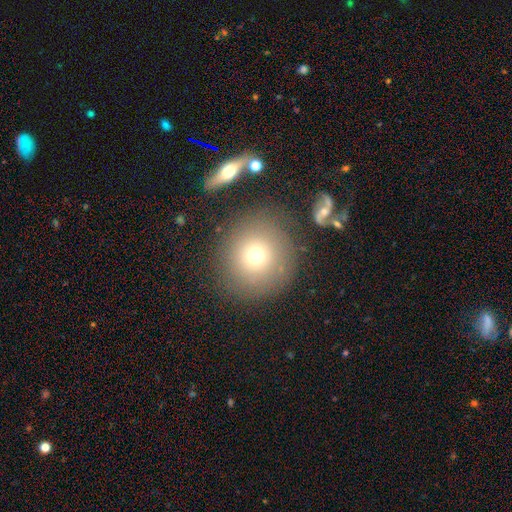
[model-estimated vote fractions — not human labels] This is likely a smooth galaxy (71%). How rounded: clearly round (90%). Merging: likely none (80%).